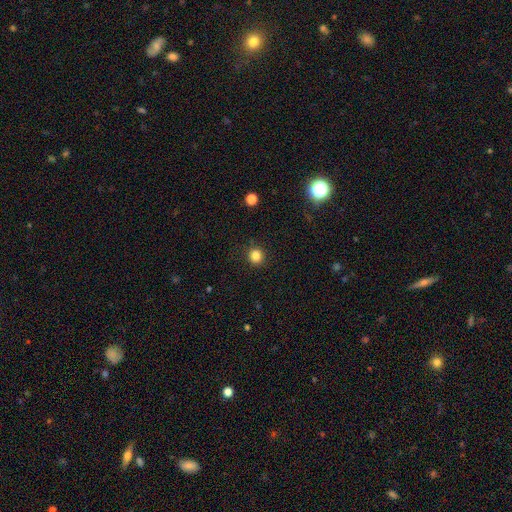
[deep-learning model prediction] A smooth galaxy with no disk features (84%) that is round (92%). Merging: none (91%).